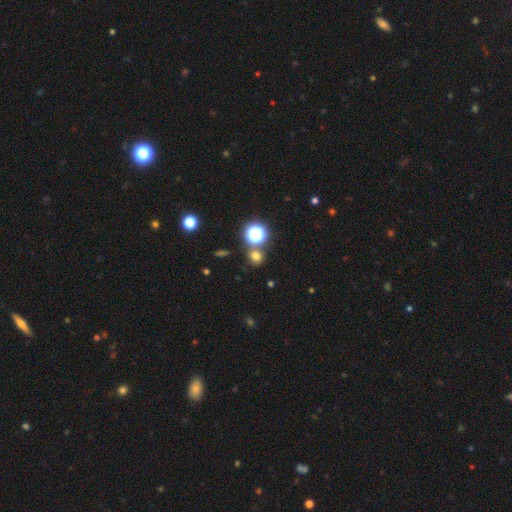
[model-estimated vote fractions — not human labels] This is likely a smooth galaxy (67%). How rounded: clearly round (84%). Merging: likely none (78%).